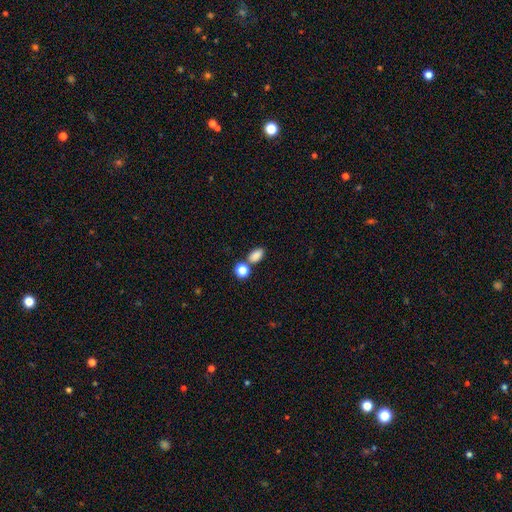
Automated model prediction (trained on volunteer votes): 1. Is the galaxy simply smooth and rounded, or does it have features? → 84% smooth, 11% star or artifact, 5% featured or disk.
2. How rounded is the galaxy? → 84% in between, 14% round, 2% cigar-shaped.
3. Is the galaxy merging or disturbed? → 65% none, 19% merger, 12% minor disturbance, 4% major disturbance.